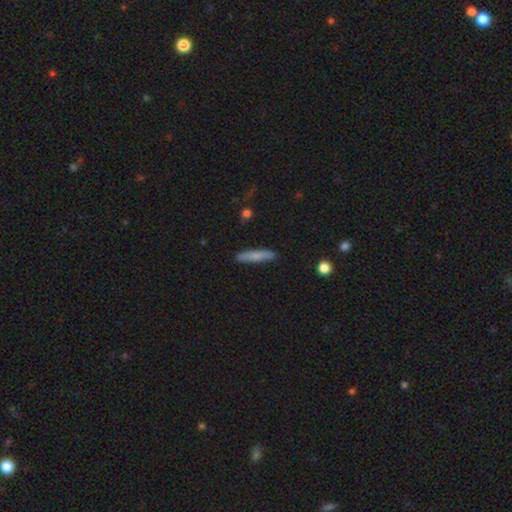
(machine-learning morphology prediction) type=smooth (75%); roundness=cigar-shaped (88%); merging=none (89%).